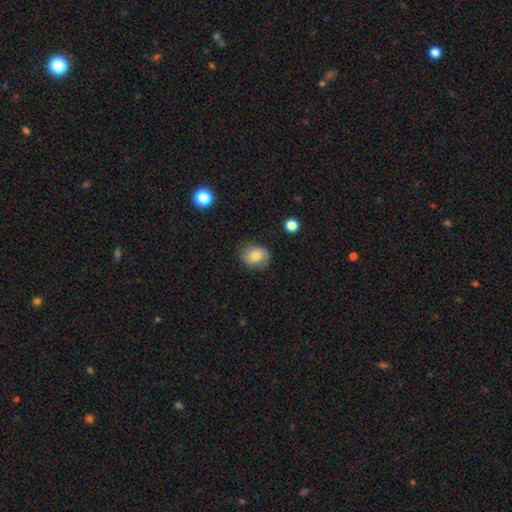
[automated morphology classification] smooth-or-featured: smooth: 75% | featured or disk: 16% | star or artifact: 9%
  how-rounded: round: 56% | in between: 43% | cigar-shaped: 1%
  merging: none: 78% | minor disturbance: 16% | major disturbance: 4% | merger: 1%